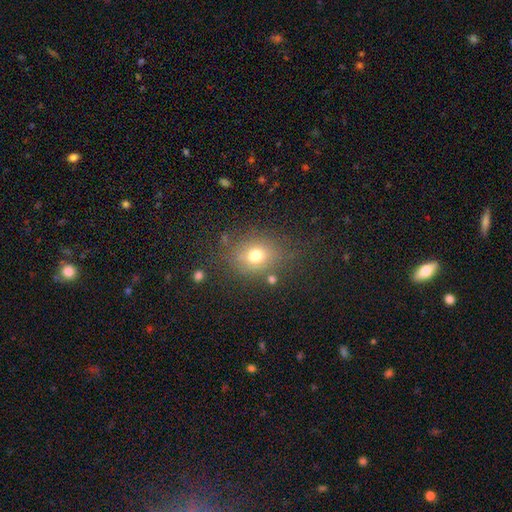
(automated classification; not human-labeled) smooth_or_featured: smooth (p=0.71) [alt: star or artifact p=0.16]
how_rounded: round (p=0.61) [alt: in between p=0.38]
merging: none (p=0.72) [alt: minor disturbance p=0.15]